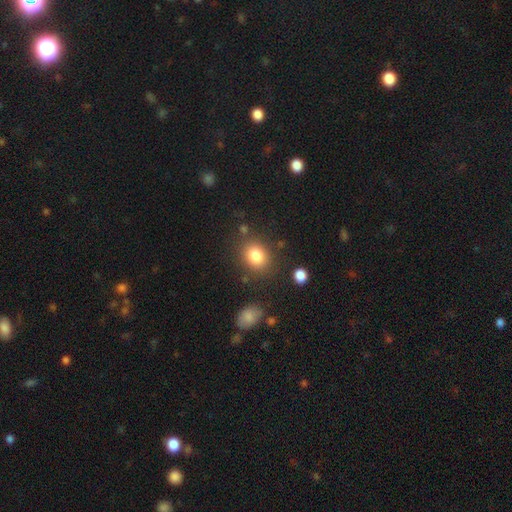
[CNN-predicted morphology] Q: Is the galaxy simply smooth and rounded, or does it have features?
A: smooth — 83%.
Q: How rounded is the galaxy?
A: round — 59%.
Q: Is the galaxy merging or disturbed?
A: none — 81%.